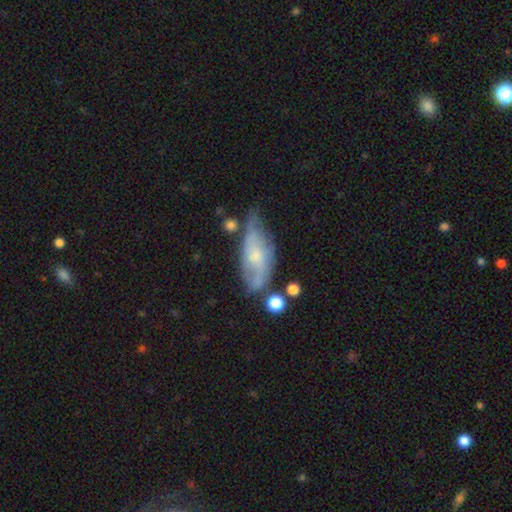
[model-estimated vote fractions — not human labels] Smooth or featured? featured or disk (58%)
Edge-on disk? no (82%)
Merging? none (46%)